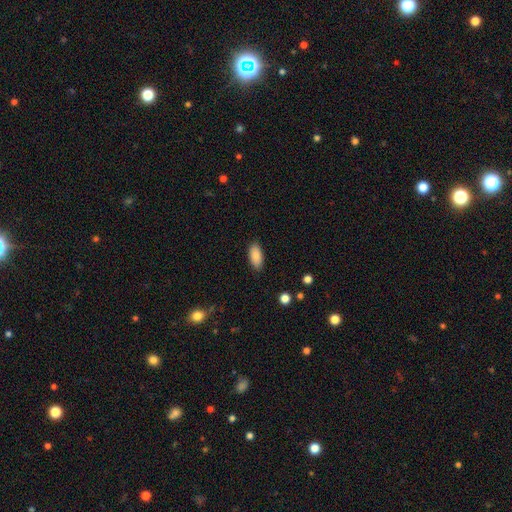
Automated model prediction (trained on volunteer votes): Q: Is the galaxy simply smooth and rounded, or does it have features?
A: smooth — 88%.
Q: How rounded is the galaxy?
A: in between — 90%.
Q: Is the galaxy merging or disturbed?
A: none — 87%.